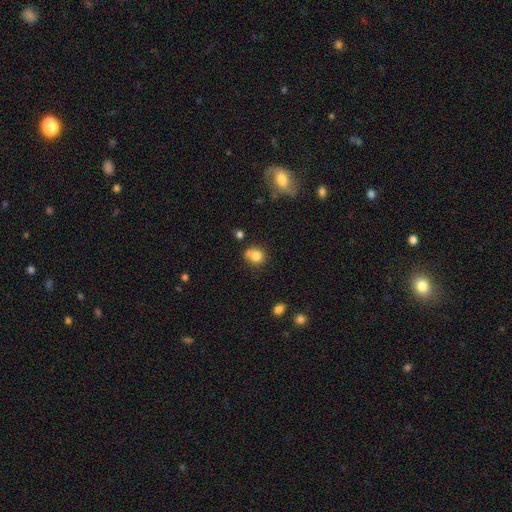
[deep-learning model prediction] smooth 80%, star or artifact 11%, featured or disk 9%. Down the decision tree: how rounded — round (71%); merging — none (53%).